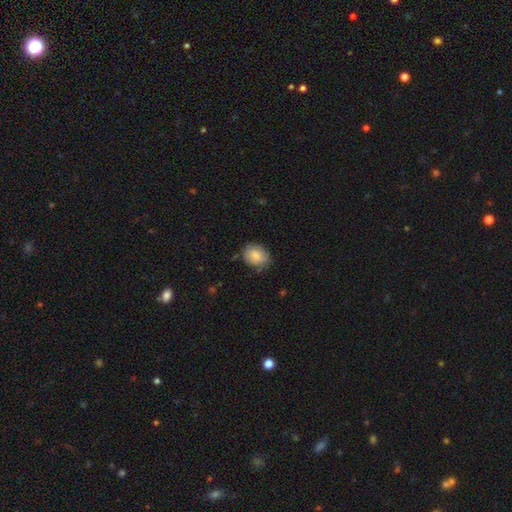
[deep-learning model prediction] This is clearly a smooth galaxy (81%). How rounded: likely in between (64%). Merging: likely none (72%).